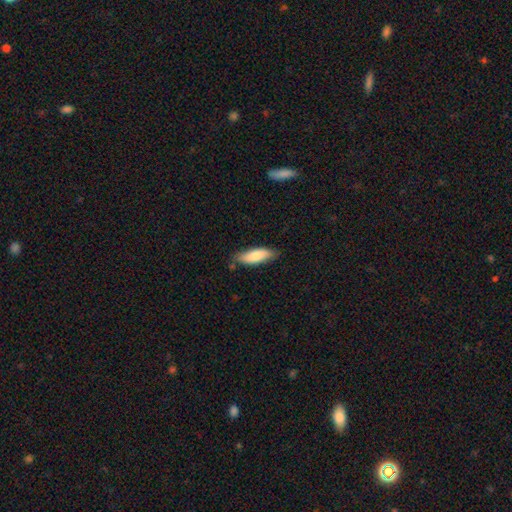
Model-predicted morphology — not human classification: smooth 81%, featured or disk 13%, star or artifact 6%. Down the decision tree: how rounded — in between (61%); merging — none (77%).